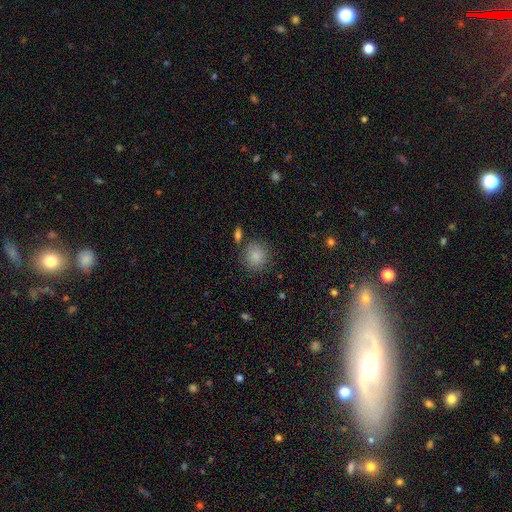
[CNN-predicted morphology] Overall: smooth (86%). How rounded: round (89%). Merging: none (82%).